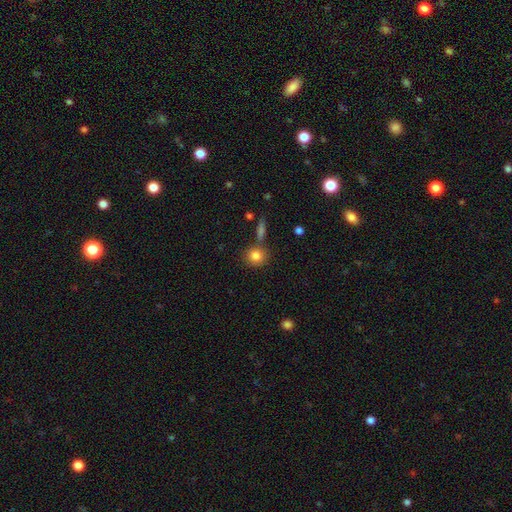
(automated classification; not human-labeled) A smooth galaxy with no disk features (84%) that is round (86%). Merging: none (75%).